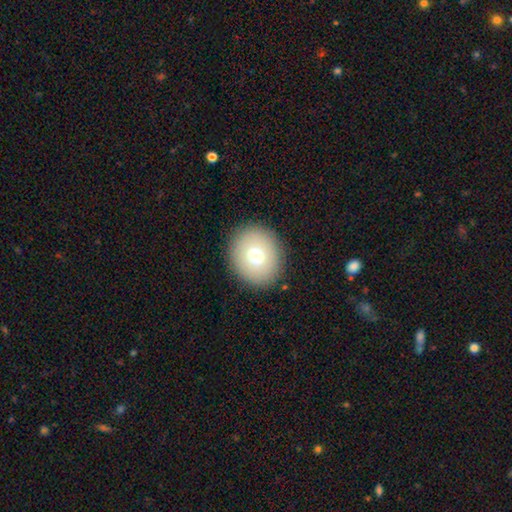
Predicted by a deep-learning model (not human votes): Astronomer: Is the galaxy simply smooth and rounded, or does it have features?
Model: smooth — 72%.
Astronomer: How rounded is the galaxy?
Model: round — 72%.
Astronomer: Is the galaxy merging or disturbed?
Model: none — 90%.